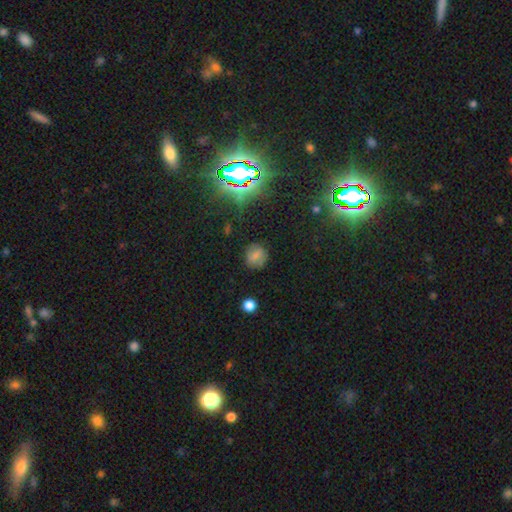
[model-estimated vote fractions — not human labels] A smooth galaxy with no disk features (69%) that is round (80%). Merging: none (81%).